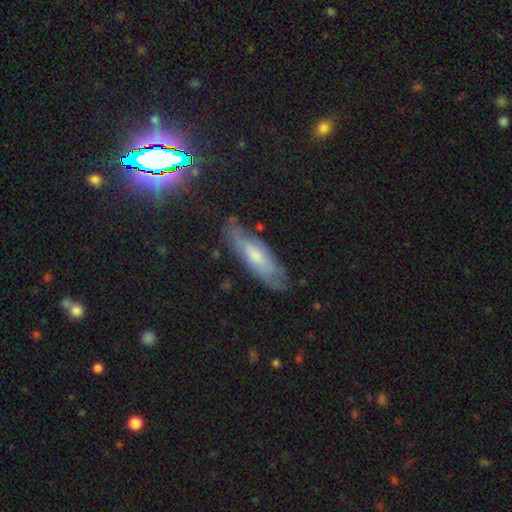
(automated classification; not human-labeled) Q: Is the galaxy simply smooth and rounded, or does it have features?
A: smooth — 46%.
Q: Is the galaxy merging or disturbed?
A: none — 72%.